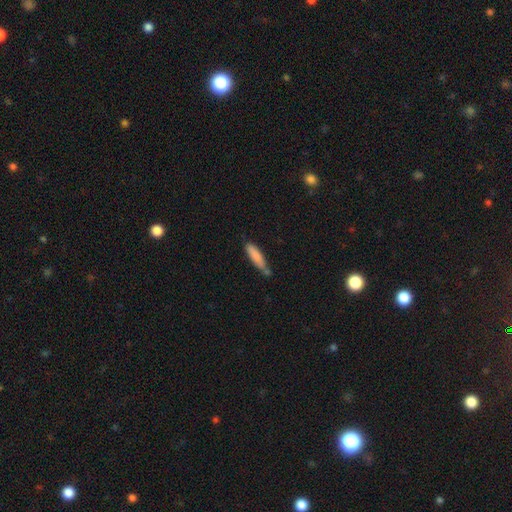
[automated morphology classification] Overall: smooth (81%). How rounded: cigar-shaped (74%). Merging: none (54%; minor disturbance 27%).